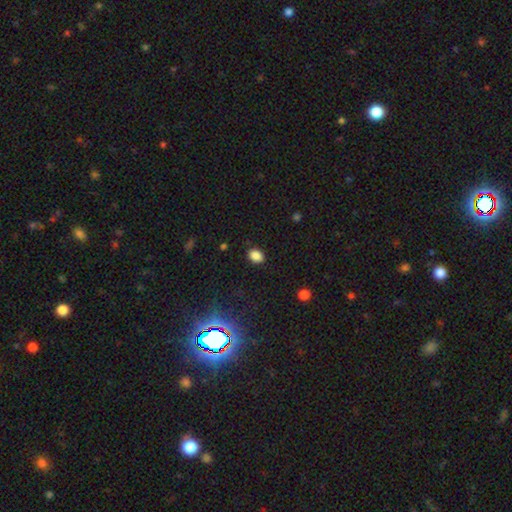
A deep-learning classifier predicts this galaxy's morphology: Q: Smooth or featured?
A: smooth (85%); runner-up: star or artifact (11%)
Q: How rounded?
A: in between (73%); runner-up: round (26%)
Q: Merging?
A: none (86%); runner-up: minor disturbance (10%)